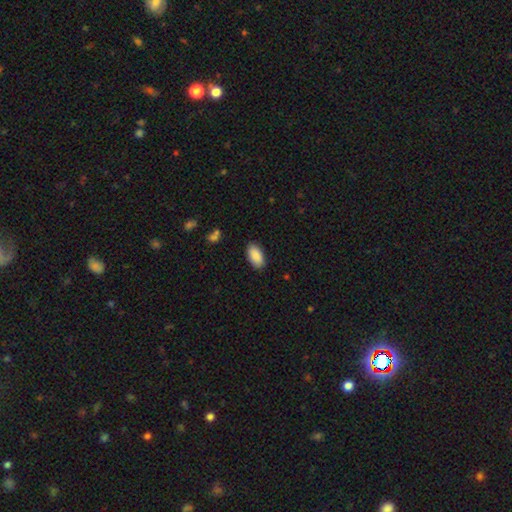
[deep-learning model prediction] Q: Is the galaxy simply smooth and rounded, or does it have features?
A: smooth — 89%.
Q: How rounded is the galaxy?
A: in between — 94%.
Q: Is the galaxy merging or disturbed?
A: none — 88%.